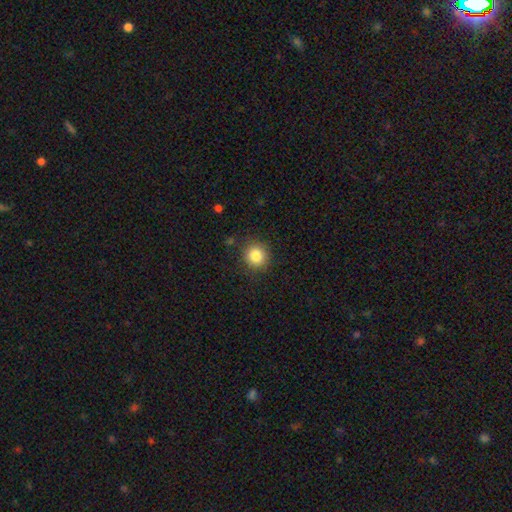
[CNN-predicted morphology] smooth-or-featured: smooth: 84% | star or artifact: 10% | featured or disk: 6%
  how-rounded: round: 90% | in between: 9% | cigar-shaped: 1%
  merging: none: 88% | minor disturbance: 8% | major disturbance: 3% | merger: 1%